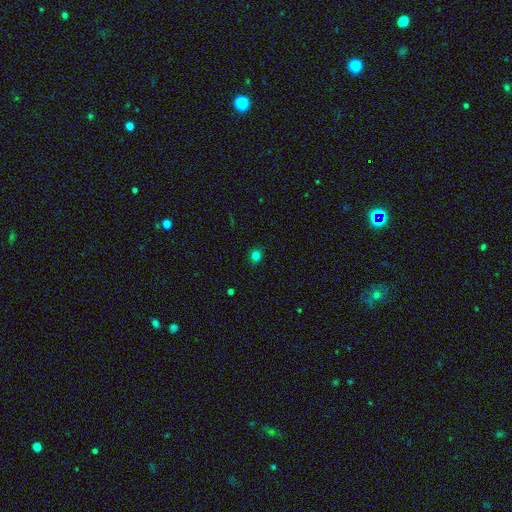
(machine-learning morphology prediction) Q: Smooth or featured?
A: smooth (80%); runner-up: star or artifact (16%)
Q: How rounded?
A: round (88%); runner-up: in between (11%)
Q: Merging?
A: none (90%); runner-up: minor disturbance (7%)